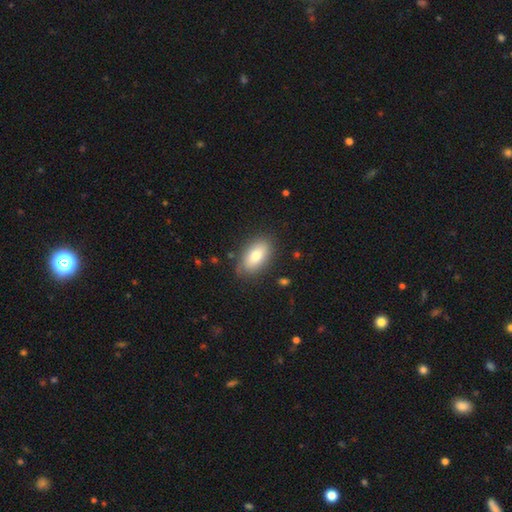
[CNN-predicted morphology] smooth 79%, featured or disk 14%, star or artifact 7%. Down the decision tree: how rounded — in between (91%); merging — none (80%).